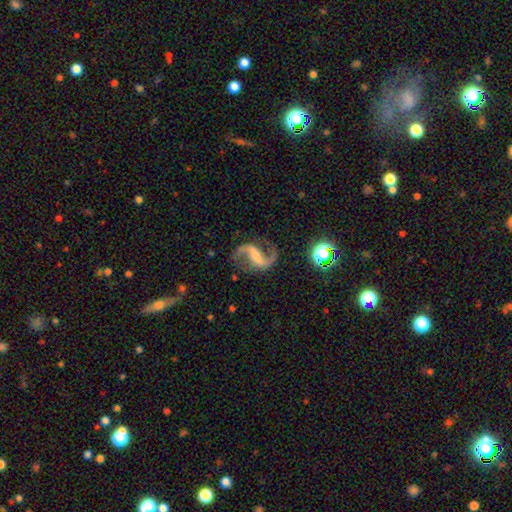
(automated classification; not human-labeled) Overall: featured or disk (91%). Edge-on disk: no (98%). Bar: weak (40%; strong 38%). Spiral arms: yes (98%). Spiral arm count: 2 (94%). Spiral winding: loose (55%; medium 38%). Bulge size: small (51%; moderate 31%). Merging: none (80%).